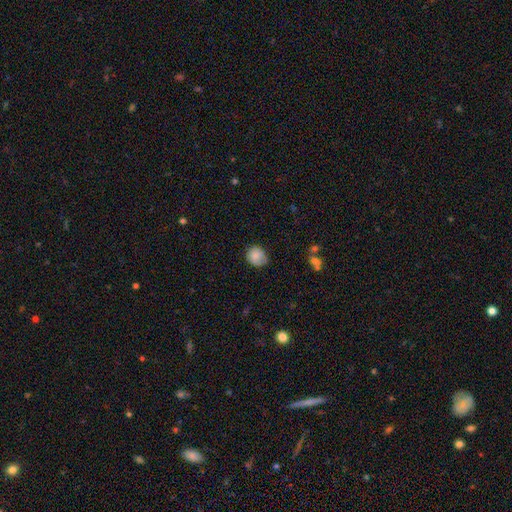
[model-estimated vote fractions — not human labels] Morphology: type=smooth (84%); roundness=round (72%); merging=none (69%).